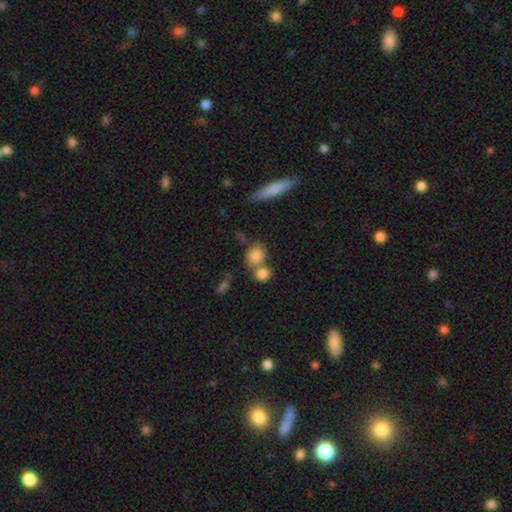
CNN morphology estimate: A smooth galaxy with no disk features (82%) that is round (58%). Merging: none (48%).